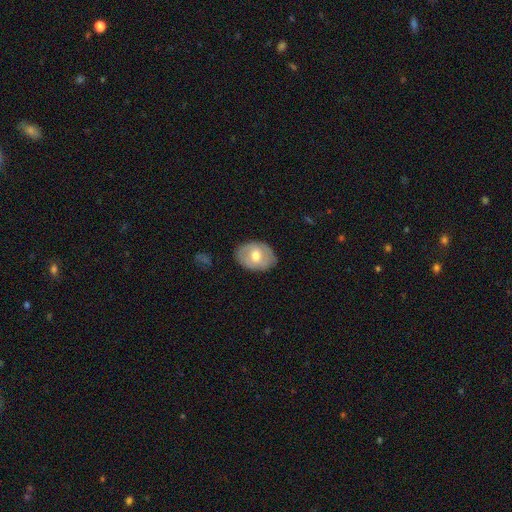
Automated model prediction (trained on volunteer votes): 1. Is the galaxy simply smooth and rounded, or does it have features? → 52% smooth, 42% featured or disk, 6% star or artifact.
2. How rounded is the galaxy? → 72% in between, 27% round, 1% cigar-shaped.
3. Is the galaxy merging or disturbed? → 82% none, 14% minor disturbance, 3% major disturbance, 1% merger.